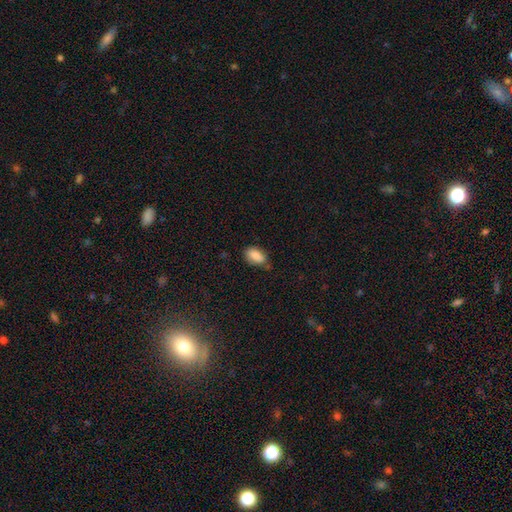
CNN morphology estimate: Smooth or featured? smooth (86%)
How rounded? in between (91%)
Merging? none (61%)